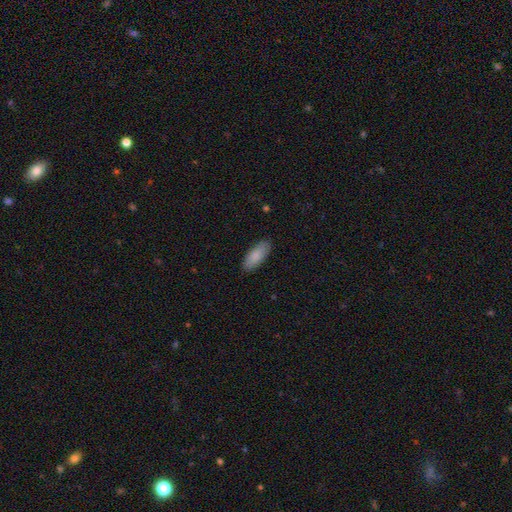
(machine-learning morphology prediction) Smooth or featured?
  - smooth: 88% *
  - featured or disk: 7%
  - star or artifact: 5%
How rounded?
  - in between: 77% *
  - cigar-shaped: 22%
  - round: 2%
Merging?
  - none: 88% *
  - minor disturbance: 9%
  - major disturbance: 2%
  - merger: 1%